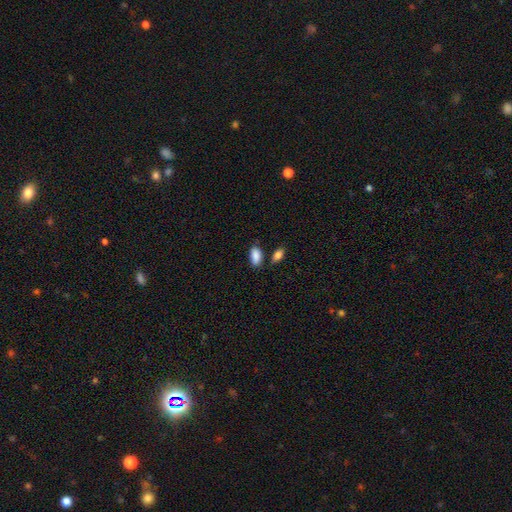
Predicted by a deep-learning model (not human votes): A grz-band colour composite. It shows a smooth galaxy with no disk features (89%) that is in between round and cigar-shaped (91%). Merging: none (74%).